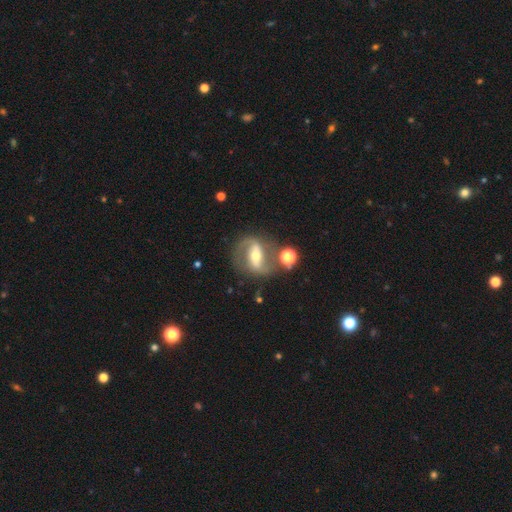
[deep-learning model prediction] Smooth or featured? Predicted: featured or disk (p=0.83). Edge-on disk? Predicted: no (p=0.94). Bar? Predicted: strong (p=0.61). Spiral arms? Predicted: yes (p=0.89). Spiral winding? Predicted: medium (p=0.45). Spiral arm count? Predicted: 2 (p=0.89). Bulge size? Predicted: moderate (p=0.59). Merging? Predicted: none (p=0.71).